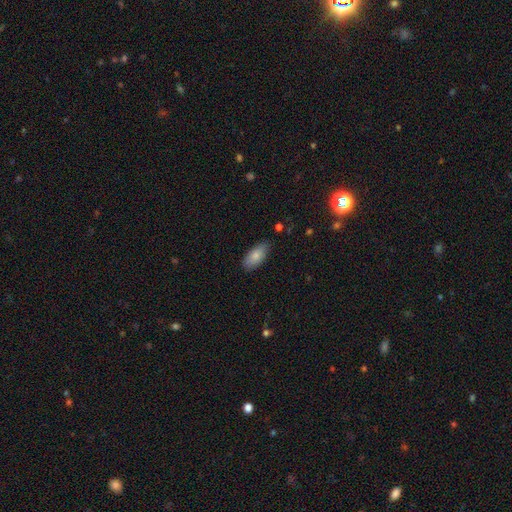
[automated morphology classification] smooth-or-featured: smooth: 82% | featured or disk: 11% | star or artifact: 7%
  how-rounded: in between: 90% | cigar-shaped: 8% | round: 2%
  merging: none: 81% | minor disturbance: 16% | major disturbance: 2% | merger: 1%